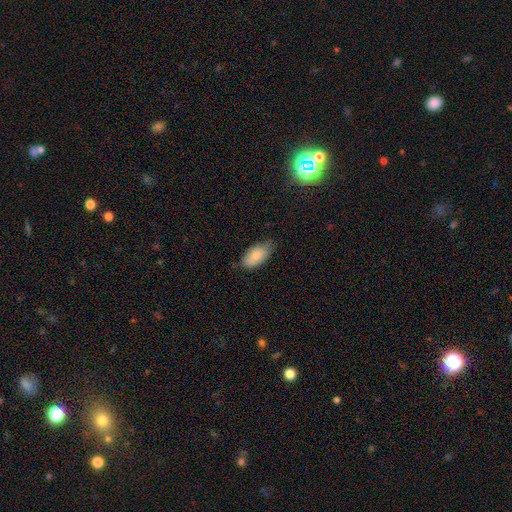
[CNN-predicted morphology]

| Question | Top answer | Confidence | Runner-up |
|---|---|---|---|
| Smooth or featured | smooth | 83% | featured or disk (10%) |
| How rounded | in between | 93% | cigar-shaped (4%) |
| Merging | none | 66% | minor disturbance (28%) |